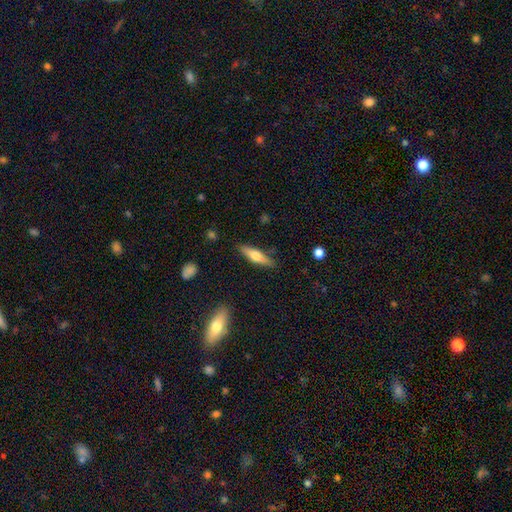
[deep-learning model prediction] smooth-or-featured: featured or disk: 48% | smooth: 46% | star or artifact: 6%
  merging: none: 84% | minor disturbance: 11% | major disturbance: 3% | merger: 2%